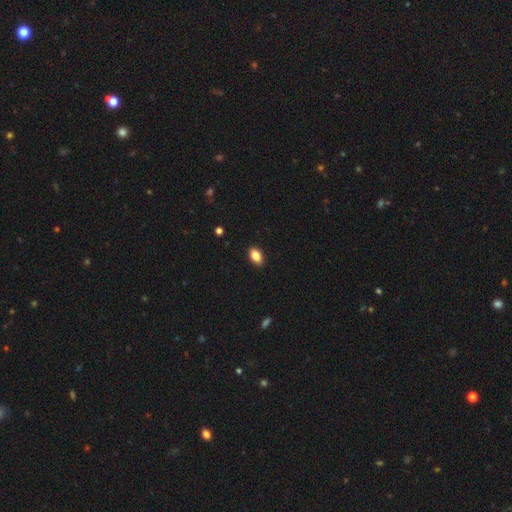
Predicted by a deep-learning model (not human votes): smooth_or_featured: smooth (p=0.86) [alt: star or artifact p=0.08]
how_rounded: in between (p=0.90) [alt: round p=0.07]
merging: none (p=0.89) [alt: minor disturbance p=0.09]